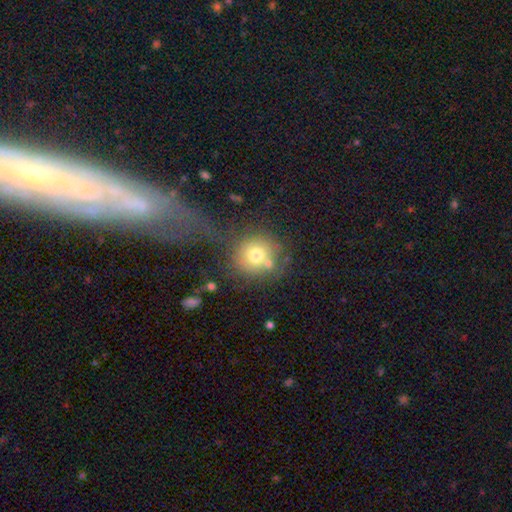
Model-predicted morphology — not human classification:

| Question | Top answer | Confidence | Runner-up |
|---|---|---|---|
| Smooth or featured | smooth | 70% | featured or disk (19%) |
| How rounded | round | 89% | in between (10%) |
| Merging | none | 43% | merger (23%) |